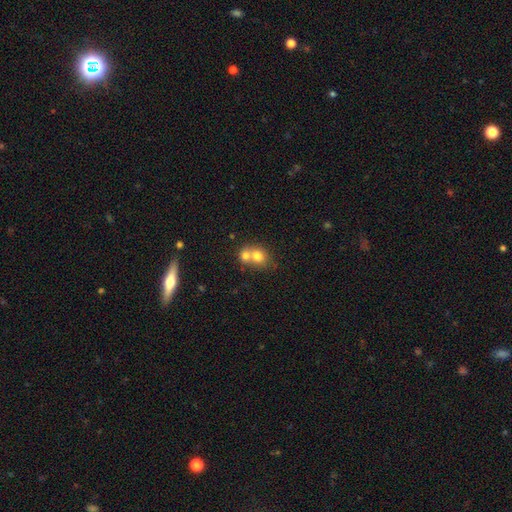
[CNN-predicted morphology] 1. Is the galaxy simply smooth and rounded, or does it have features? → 74% smooth, 16% featured or disk, 10% star or artifact.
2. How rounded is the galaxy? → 69% round, 30% in between, 1% cigar-shaped.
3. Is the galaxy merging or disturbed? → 64% merger, 28% none, 6% minor disturbance, 2% major disturbance.